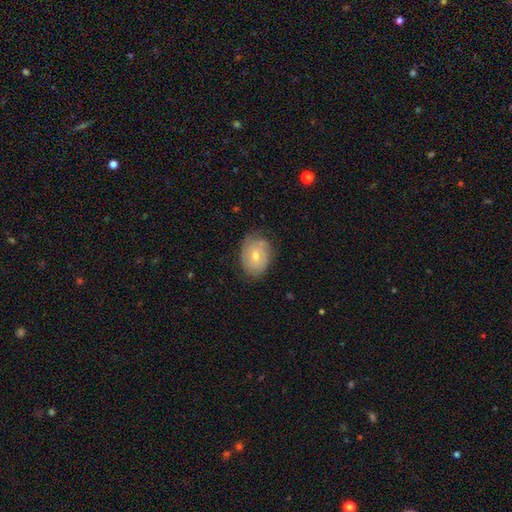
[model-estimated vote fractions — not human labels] Morphology: type=featured or disk (57%); edge-on=no (96%); bar=no (71%); spiral arms=yes (81%); bulge=moderate (54%); merging=none (75%).